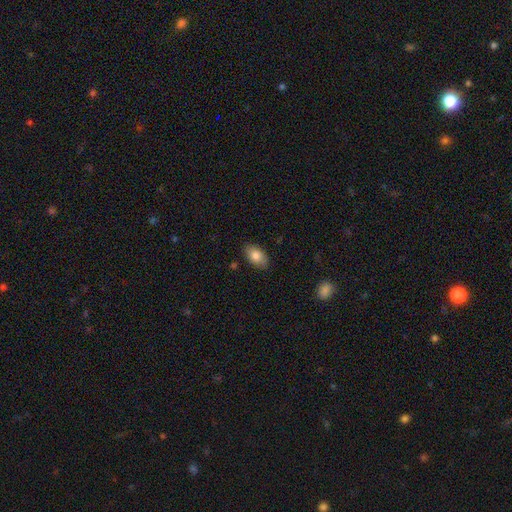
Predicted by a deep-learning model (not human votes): This is clearly a smooth galaxy (81%). How rounded: clearly in between (91%). Merging: clearly none (84%).